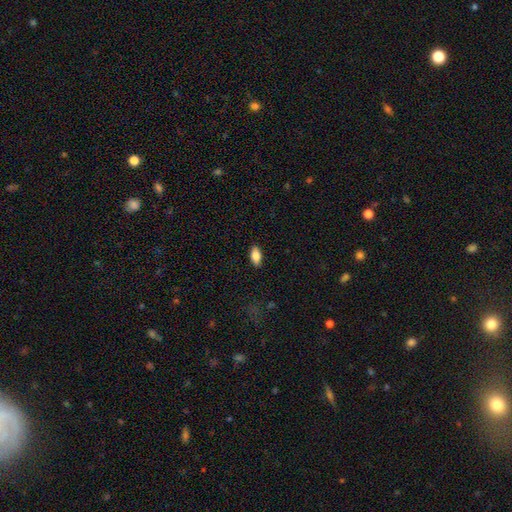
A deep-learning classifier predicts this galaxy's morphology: This is clearly a smooth galaxy (82%). How rounded: clearly in between (90%). Merging: clearly none (88%).